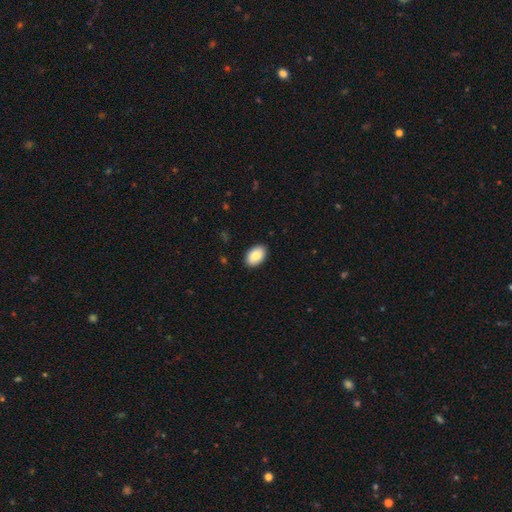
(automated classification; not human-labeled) smooth_or_featured: smooth (p=0.84) [alt: featured or disk p=0.09]
how_rounded: in between (p=0.90) [alt: round p=0.09]
merging: none (p=0.89) [alt: minor disturbance p=0.08]